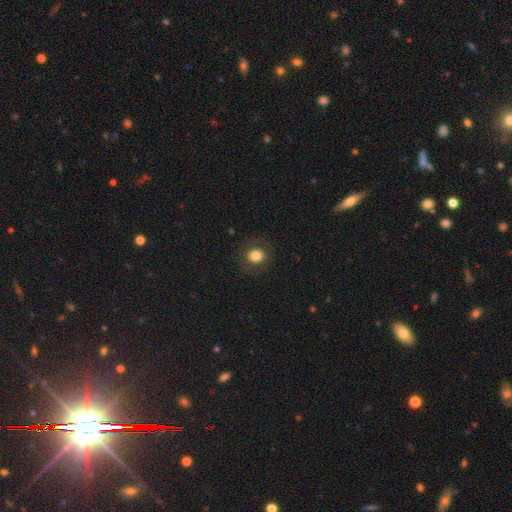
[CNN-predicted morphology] This appears to be a smooth galaxy with no disk features (78%) that is round (79%). Merging: none (86%).